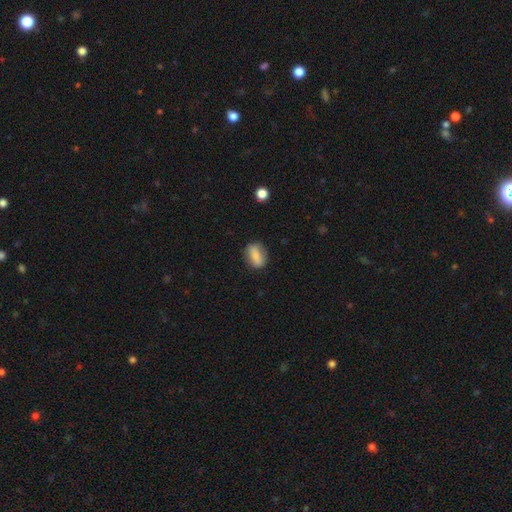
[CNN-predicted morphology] The model was most divided on "how rounded": in between: 69%, round: 24%, cigar-shaped: 6%. More confident: merging — none (81%); smooth or featured — smooth (71%).